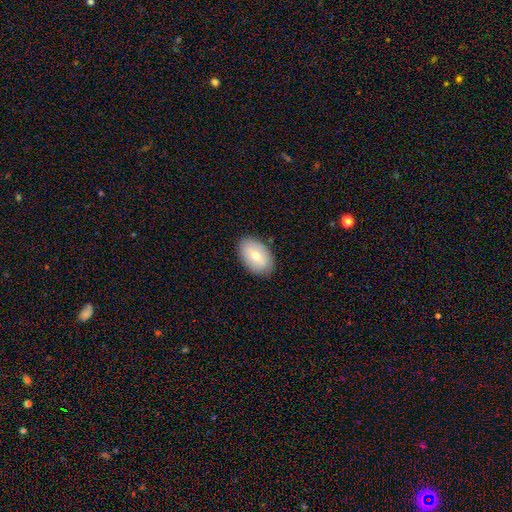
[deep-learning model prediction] A smooth galaxy with no disk features (68%) that is in between round and cigar-shaped (90%).

Vote fractions:
- Smooth or featured? smooth: 68% / featured or disk: 25% / star or artifact: 7%
- How rounded? in between: 90% / round: 8% / cigar-shaped: 1%
- Merging? none: 86% / minor disturbance: 11% / major disturbance: 2% / merger: 1%